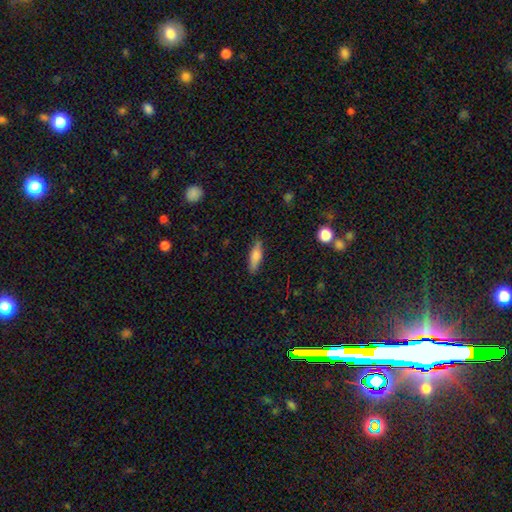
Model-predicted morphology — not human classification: smooth_or_featured: smooth (p=0.71) [alt: featured or disk p=0.21]
how_rounded: cigar-shaped (p=0.56) [alt: in between p=0.42]
merging: none (p=0.83) [alt: minor disturbance p=0.13]